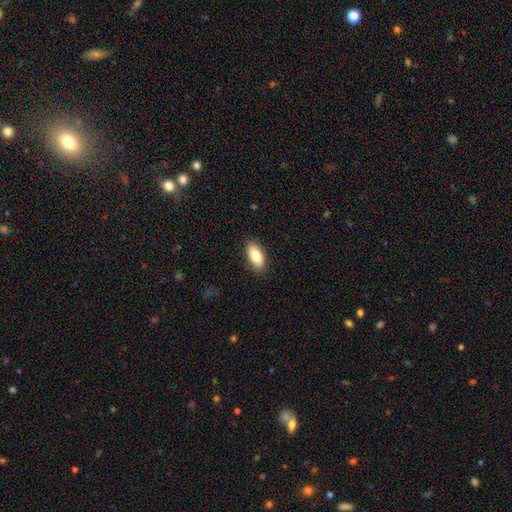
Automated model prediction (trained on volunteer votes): smooth 81%, featured or disk 13%, star or artifact 6%. Down the decision tree: how rounded — in between (89%); merging — none (87%).